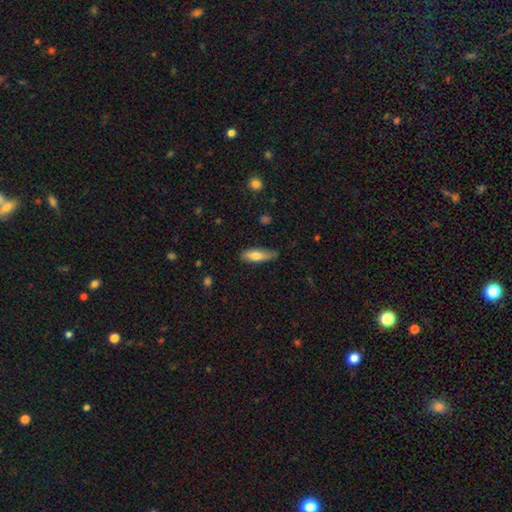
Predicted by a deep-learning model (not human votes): Smooth or featured?
  - smooth: 75% *
  - featured or disk: 19%
  - star or artifact: 6%
How rounded?
  - in between: 52% *
  - cigar-shaped: 46%
  - round: 2%
Merging?
  - none: 68% *
  - minor disturbance: 26%
  - major disturbance: 5%
  - merger: 2%